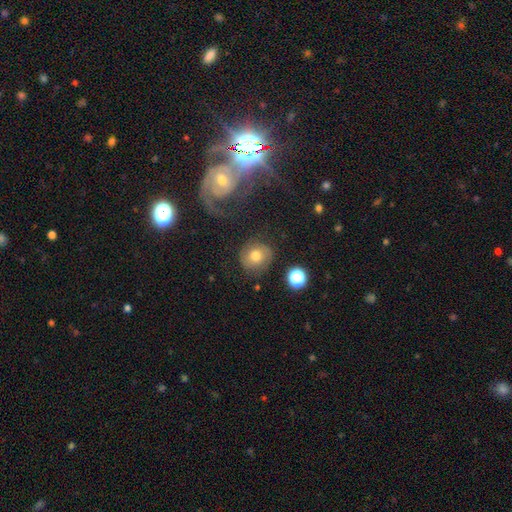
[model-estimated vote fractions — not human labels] smooth_or_featured: smooth (p=0.55) [alt: featured or disk p=0.34]
how_rounded: round (p=0.81) [alt: in between p=0.18]
merging: none (p=0.73) [alt: minor disturbance p=0.15]